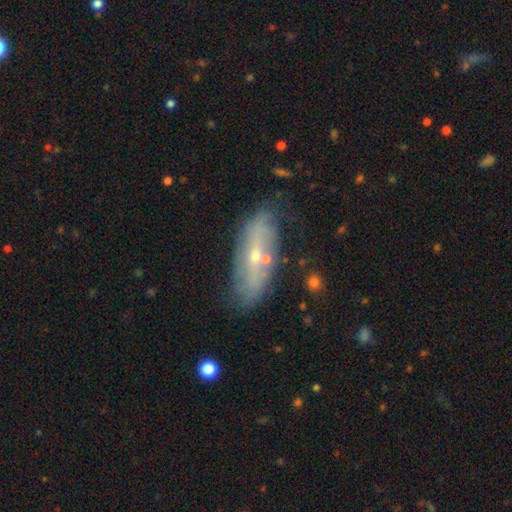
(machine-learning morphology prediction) Q: Smooth or featured?
A: featured or disk (59%); runner-up: smooth (33%)
Q: Edge-on disk?
A: no (69%); runner-up: yes (31%)
Q: Merging?
A: none (67%); runner-up: minor disturbance (20%)